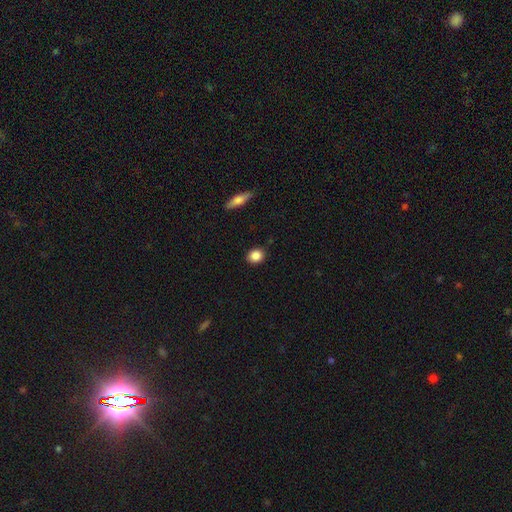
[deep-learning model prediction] smooth 86%, star or artifact 9%, featured or disk 5%. Down the decision tree: how rounded — round (67%); merging — none (89%).